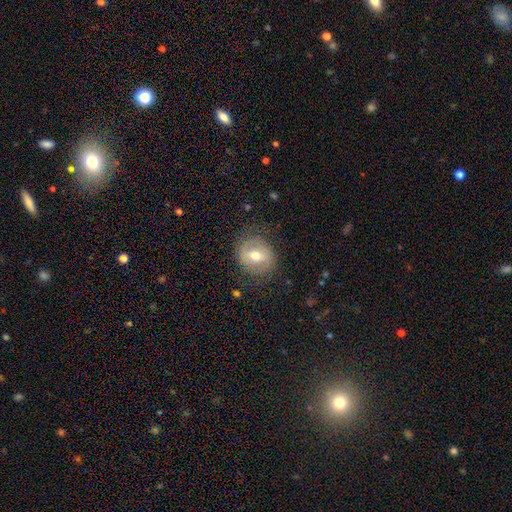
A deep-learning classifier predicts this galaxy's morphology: smooth-or-featured: smooth: 48% | featured or disk: 44% | star or artifact: 8%
  merging: none: 75% | minor disturbance: 16% | major disturbance: 8% | merger: 1%